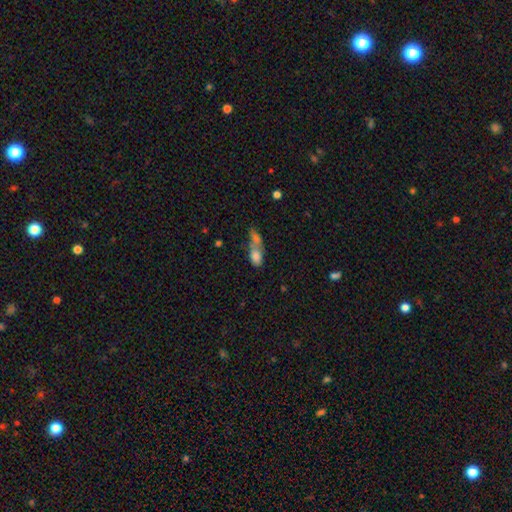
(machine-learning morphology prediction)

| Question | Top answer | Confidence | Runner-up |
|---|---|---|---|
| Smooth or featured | smooth | 76% | featured or disk (15%) |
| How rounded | in between | 81% | round (13%) |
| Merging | merger | 69% | none (17%) |